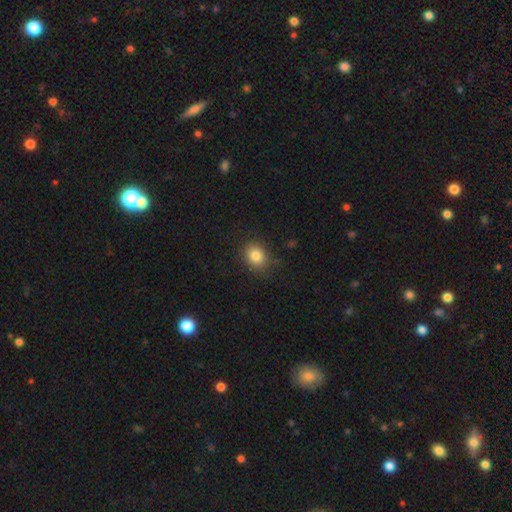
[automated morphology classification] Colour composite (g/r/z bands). It shows a smooth galaxy with no disk features (83%) that is round (62%). Merging: none (84%).